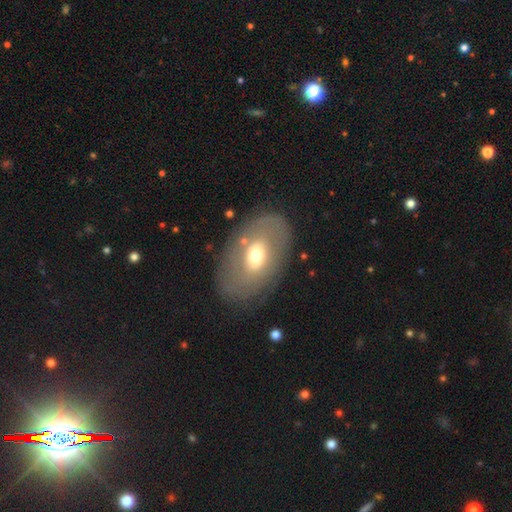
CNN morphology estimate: Smooth or featured? featured or disk (47%)
Merging? none (78%)